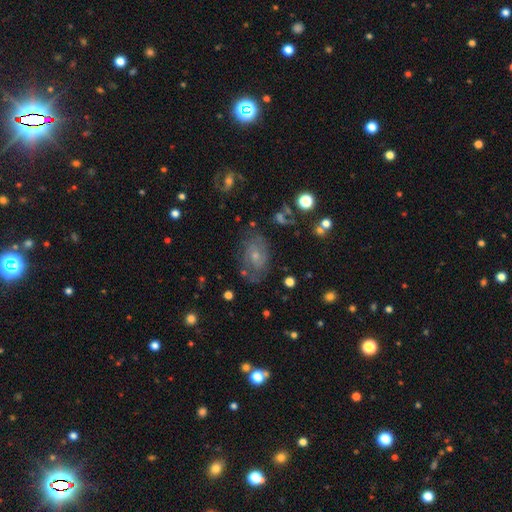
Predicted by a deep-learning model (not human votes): Smooth or featured?
  - featured or disk: 63% *
  - smooth: 22%
  - star or artifact: 14%
Edge-on disk?
  - no: 96% *
  - yes: 4%
Bar?
  - no: 67% *
  - weak: 28%
  - strong: 5%
Spiral arms?
  - yes: 80% *
  - no: 20%
Bulge size?
  - small: 57% *
  - moderate: 36%
  - none: 3%
  - large: 2%
  - dominant: 1%
Merging?
  - none: 67% *
  - minor disturbance: 20%
  - major disturbance: 11%
  - merger: 3%